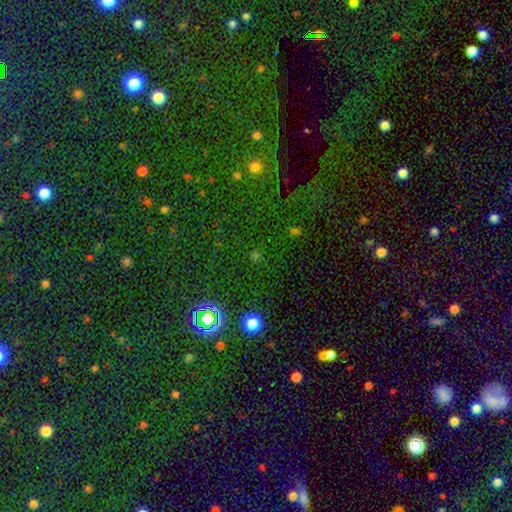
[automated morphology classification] star or artifact 58%, smooth 35%, featured or disk 7%.